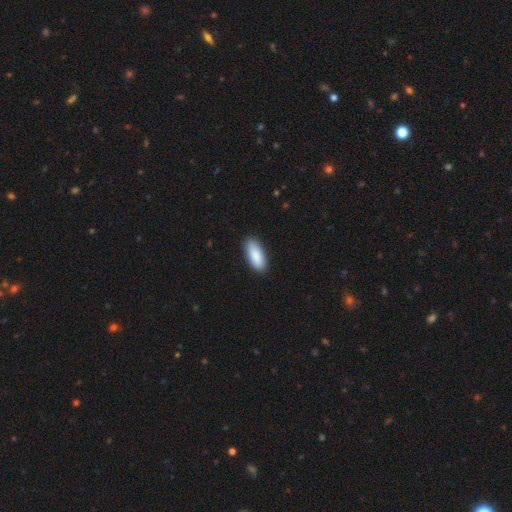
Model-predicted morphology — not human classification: Smooth or featured?
  - smooth: 89% *
  - star or artifact: 6%
  - featured or disk: 5%
How rounded?
  - in between: 83% *
  - cigar-shaped: 16%
  - round: 2%
Merging?
  - none: 88% *
  - minor disturbance: 9%
  - major disturbance: 2%
  - merger: 1%